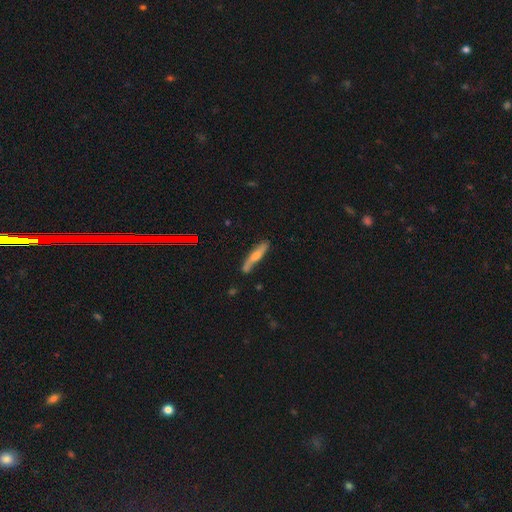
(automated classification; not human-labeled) Smooth or featured? Predicted: featured or disk (p=0.52). Edge-on disk? Predicted: yes (p=0.71). Merging? Predicted: none (p=0.73).